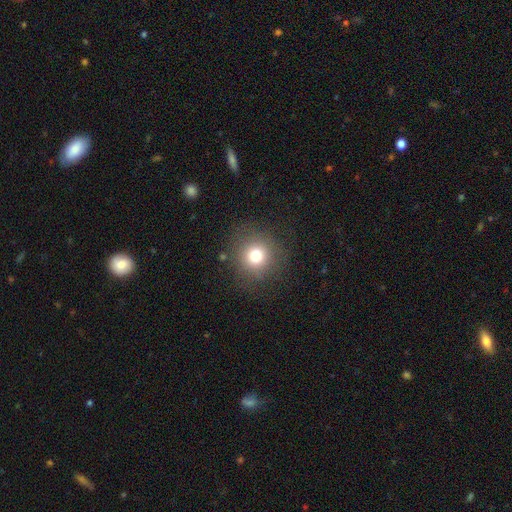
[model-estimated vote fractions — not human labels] This appears to be a smooth galaxy with no disk features (75%) that is round (92%). Merging: none (85%).